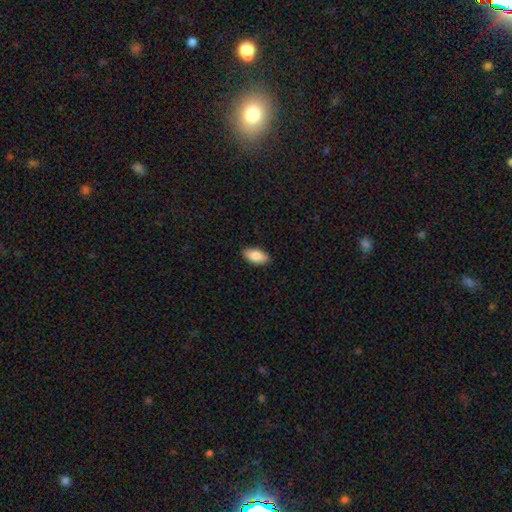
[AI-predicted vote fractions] A smooth galaxy with no disk features (86%) that is in between round and cigar-shaped (92%). Merging: none (89%).